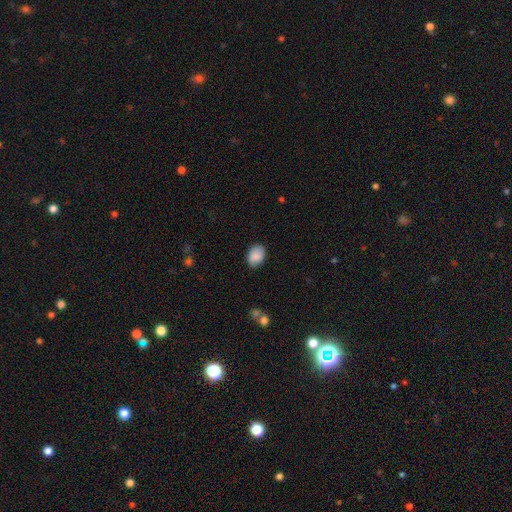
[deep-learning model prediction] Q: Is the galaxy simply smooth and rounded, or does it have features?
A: smooth — 88%.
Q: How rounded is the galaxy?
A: in between — 76%.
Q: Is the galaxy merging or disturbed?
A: none — 82%.